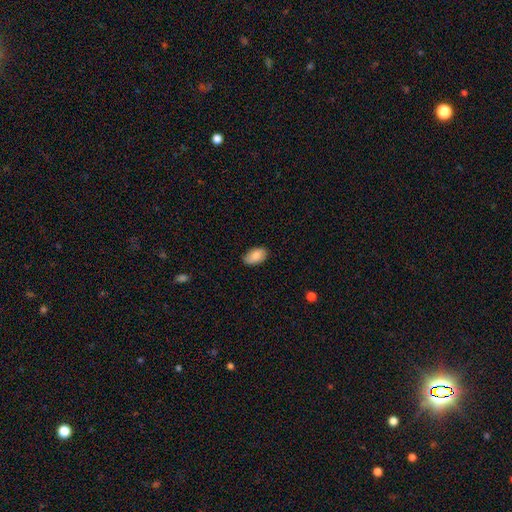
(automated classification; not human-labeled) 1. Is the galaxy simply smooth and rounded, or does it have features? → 81% smooth, 12% featured or disk, 6% star or artifact.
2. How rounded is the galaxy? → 94% in between, 4% round, 2% cigar-shaped.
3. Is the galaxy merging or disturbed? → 85% none, 12% minor disturbance, 2% major disturbance, 1% merger.